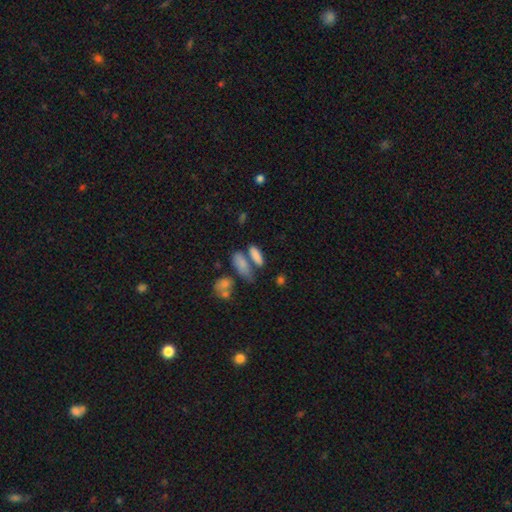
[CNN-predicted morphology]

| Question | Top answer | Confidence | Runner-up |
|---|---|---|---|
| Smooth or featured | smooth | 81% | featured or disk (10%) |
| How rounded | in between | 60% | cigar-shaped (36%) |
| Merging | none | 50% | merger (31%) |